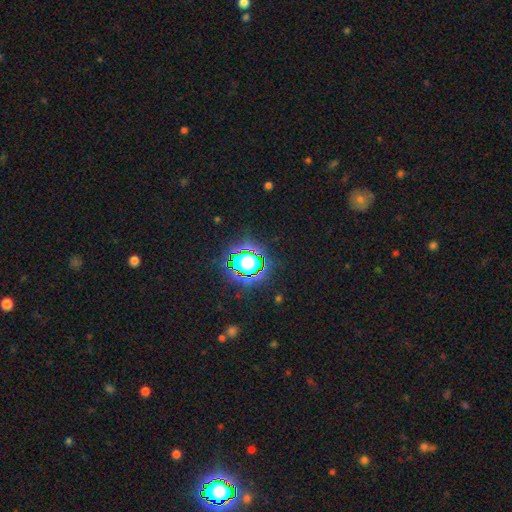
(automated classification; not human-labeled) smooth-or-featured: star or artifact: 80% | smooth: 12% | featured or disk: 8%